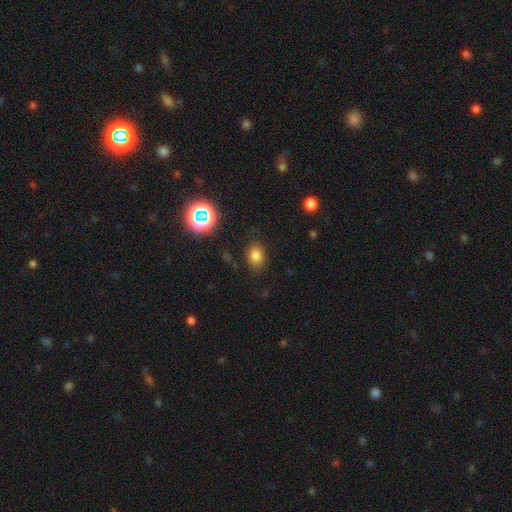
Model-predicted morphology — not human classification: Smooth or featured? smooth (77%)
How rounded? in between (68%)
Merging? none (83%)